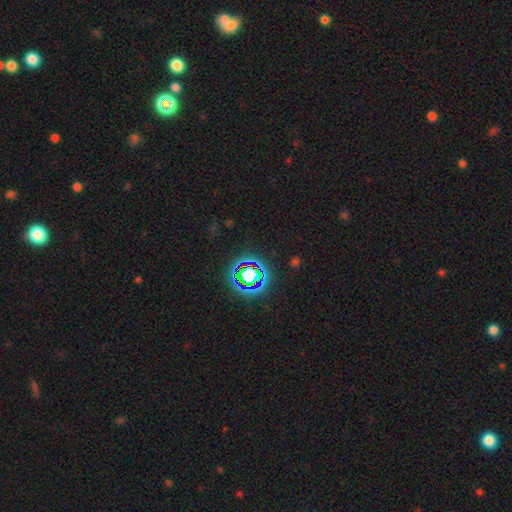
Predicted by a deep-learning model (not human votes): Smooth or featured: star or artifact — 69% (smooth — 22%)